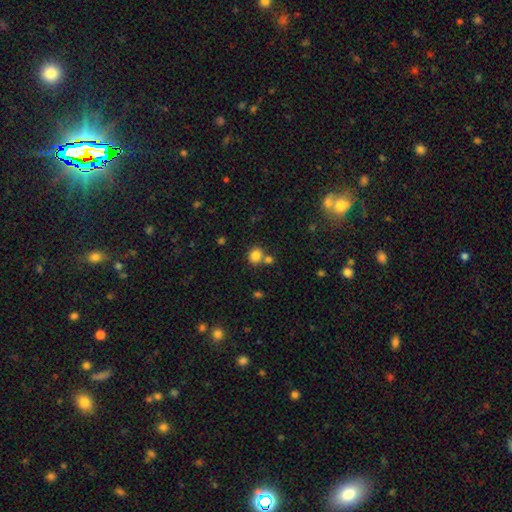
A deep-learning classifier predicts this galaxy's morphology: This is clearly a smooth galaxy (83%). How rounded: likely round (67%). Merging: likely none (64%).